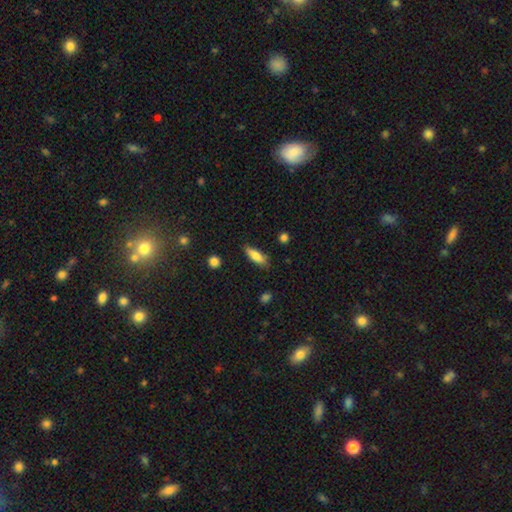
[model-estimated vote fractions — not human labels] Smooth or featured? Predicted: smooth (p=0.79). How rounded? Predicted: in between (p=0.58). Merging? Predicted: none (p=0.79).